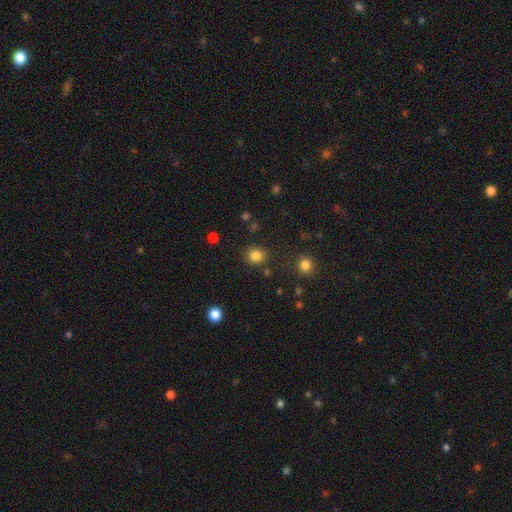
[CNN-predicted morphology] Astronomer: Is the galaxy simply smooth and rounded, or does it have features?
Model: smooth — 83%.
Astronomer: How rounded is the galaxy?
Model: round — 84%.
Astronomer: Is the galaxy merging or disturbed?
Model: none — 85%.